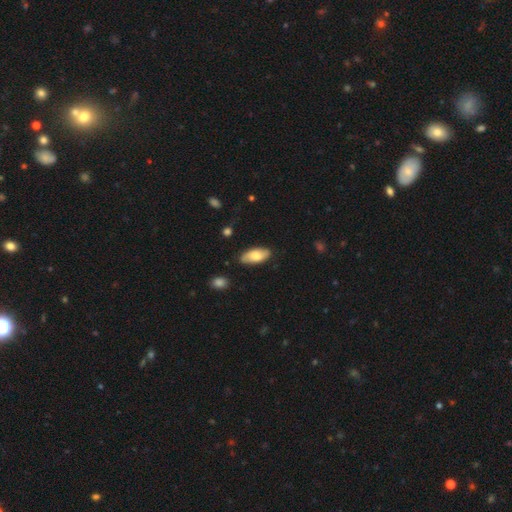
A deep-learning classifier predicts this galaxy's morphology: type=smooth (71%); roundness=in between (90%); merging=none (83%).